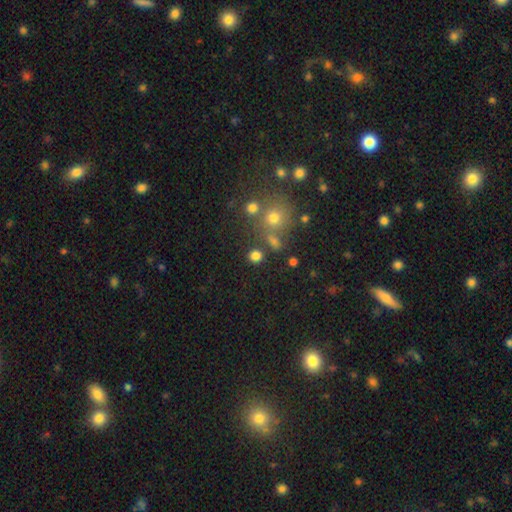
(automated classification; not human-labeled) Smooth or featured? smooth (79%)
How rounded? round (80%)
Merging? none (78%)